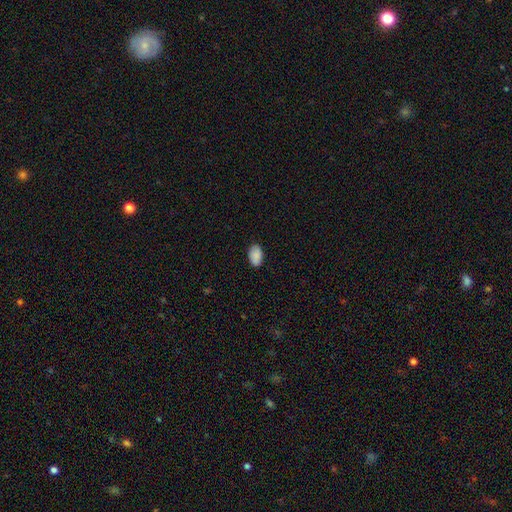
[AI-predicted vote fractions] Smooth or featured? Predicted: smooth (p=0.89). How rounded? Predicted: in between (p=0.92). Merging? Predicted: none (p=0.86).